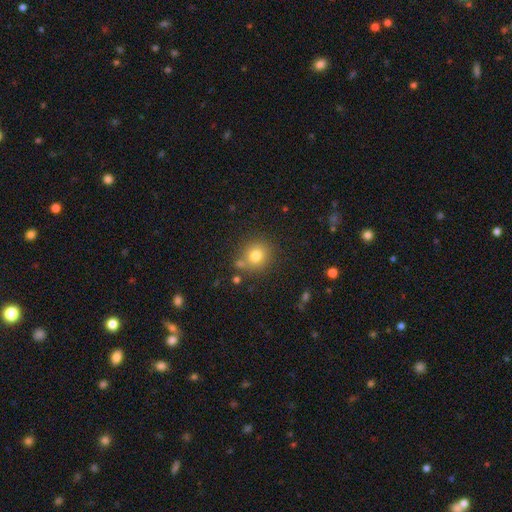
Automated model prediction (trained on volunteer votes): A smooth galaxy with no disk features (77%) that is round (86%).

Vote fractions:
- Smooth or featured? smooth: 77% / star or artifact: 14% / featured or disk: 9%
- How rounded? round: 86% / in between: 13% / cigar-shaped: 1%
- Merging? none: 76% / minor disturbance: 11% / merger: 9% / major disturbance: 3%